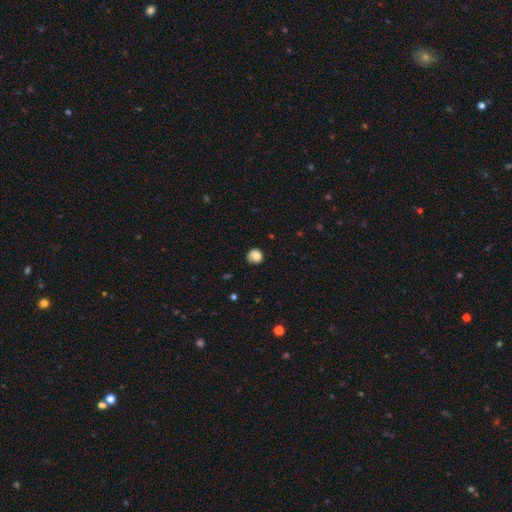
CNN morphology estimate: The model was most divided on "merging": none: 76%, minor disturbance: 18%, major disturbance: 4%, merger: 1%. More confident: how rounded — round (88%); smooth or featured — smooth (85%).